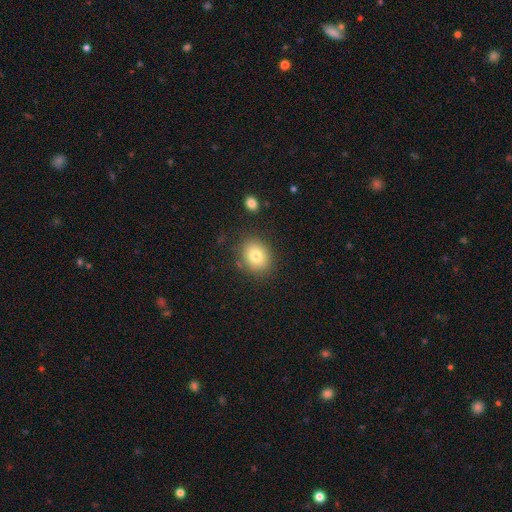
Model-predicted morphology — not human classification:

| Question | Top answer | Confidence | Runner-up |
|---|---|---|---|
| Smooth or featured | smooth | 79% | featured or disk (11%) |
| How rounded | round | 62% | in between (37%) |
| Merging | none | 83% | minor disturbance (11%) |